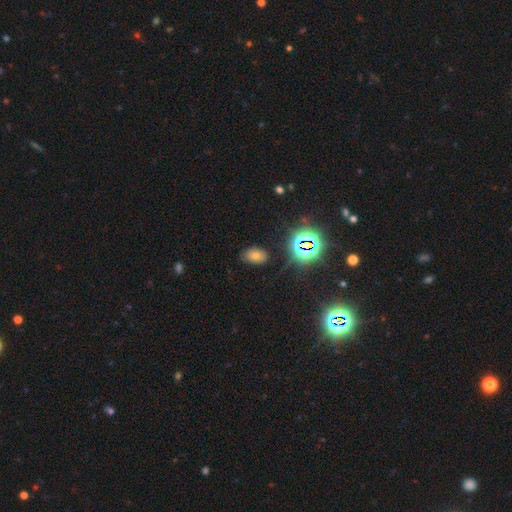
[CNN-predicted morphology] This is possibly a smooth galaxy (49%). Merging: clearly none (81%).